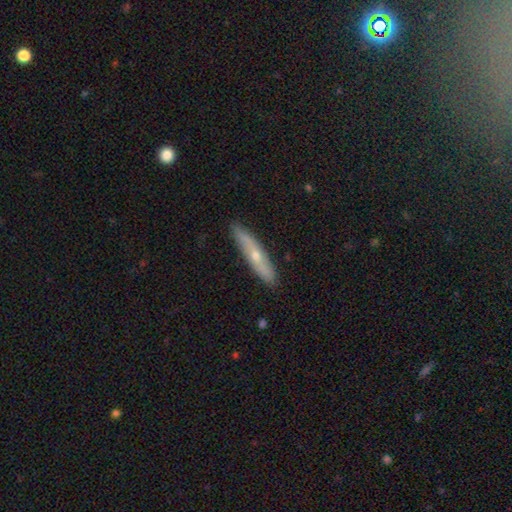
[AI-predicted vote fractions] This is possibly a featured or disk galaxy (50%). It is likely viewed edge-on (75%). Merging: clearly none (87%).